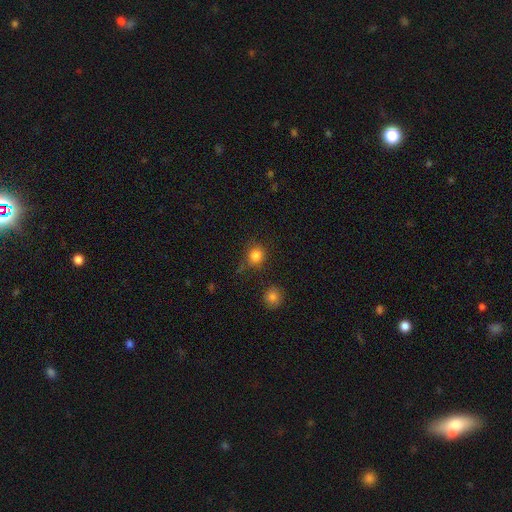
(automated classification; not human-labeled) This appears to be a smooth galaxy with no disk features (83%) that is round (88%). Merging: none (76%).